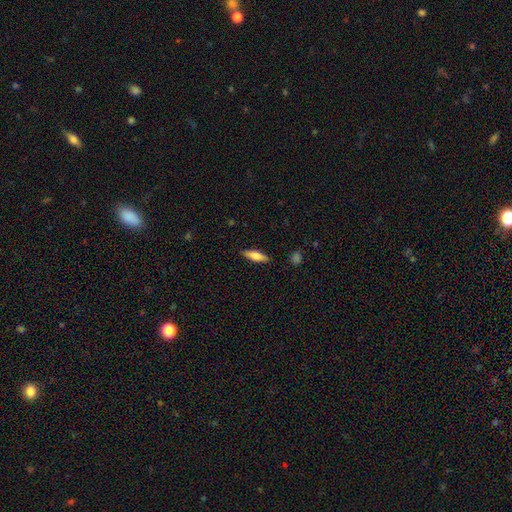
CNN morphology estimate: Smooth or featured? smooth (72%)
How rounded? cigar-shaped (57%)
Merging? none (86%)